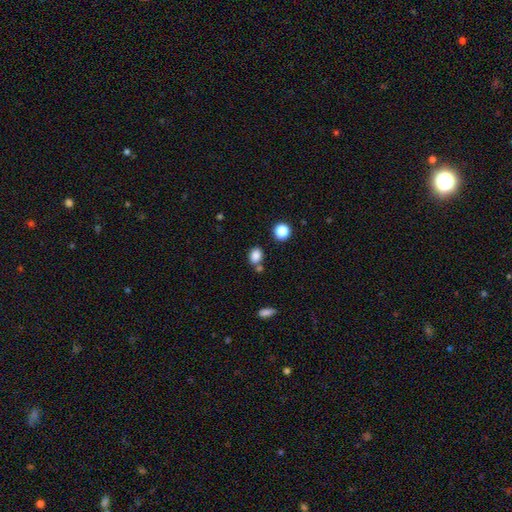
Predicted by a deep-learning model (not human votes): Q: Smooth or featured?
A: smooth (84%); runner-up: star or artifact (11%)
Q: How rounded?
A: in between (65%); runner-up: round (34%)
Q: Merging?
A: none (64%); runner-up: merger (17%)